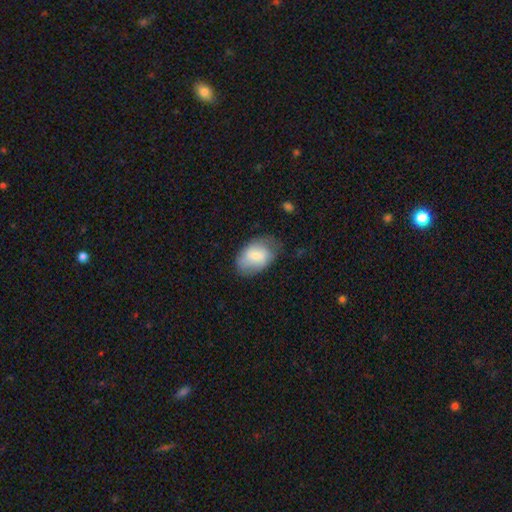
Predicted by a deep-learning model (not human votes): A smooth galaxy with no disk features (71%) that is in between round and cigar-shaped (88%).

Vote fractions:
- Smooth or featured? smooth: 71% / featured or disk: 22% / star or artifact: 7%
- How rounded? in between: 88% / round: 11% / cigar-shaped: 1%
- Merging? none: 61% / minor disturbance: 28% / major disturbance: 10% / merger: 2%